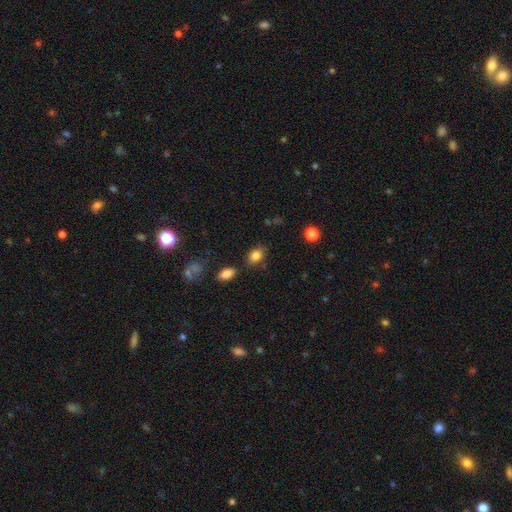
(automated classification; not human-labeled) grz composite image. It shows a smooth galaxy with no disk features (83%) that is in between round and cigar-shaped (72%). Merging: none (75%).